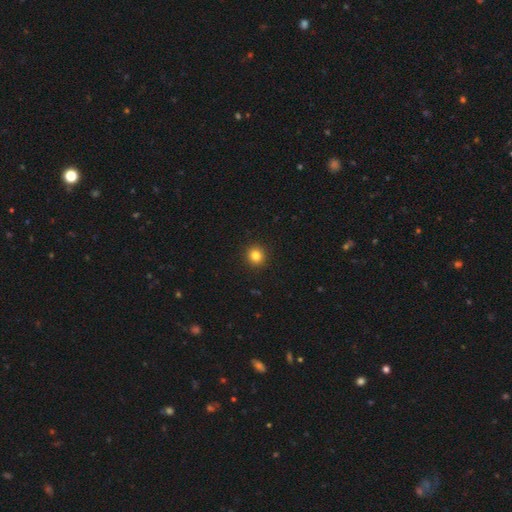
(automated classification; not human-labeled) Q: Smooth or featured?
A: smooth (83%); runner-up: star or artifact (12%)
Q: How rounded?
A: round (92%); runner-up: in between (7%)
Q: Merging?
A: none (93%); runner-up: minor disturbance (4%)